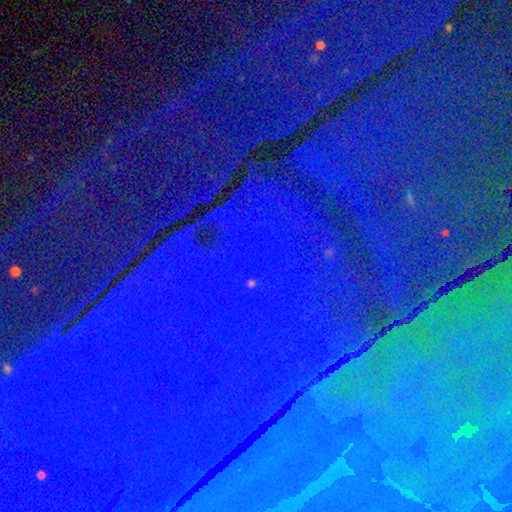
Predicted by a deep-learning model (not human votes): This is clearly a star or artifact rather than a galaxy (88%).